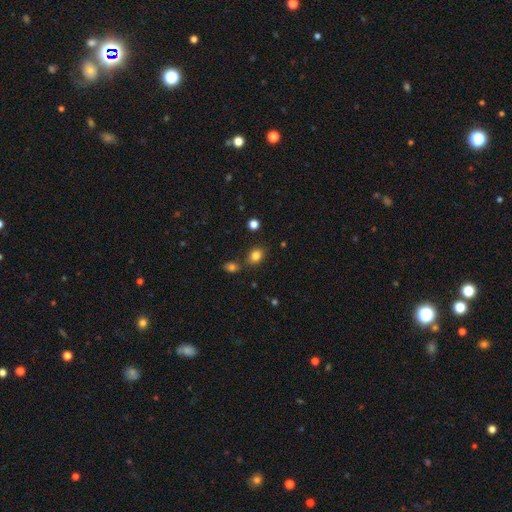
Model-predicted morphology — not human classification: This appears to be a smooth galaxy with no disk features (83%) that is in between round and cigar-shaped (55%). Merging: none (76%).